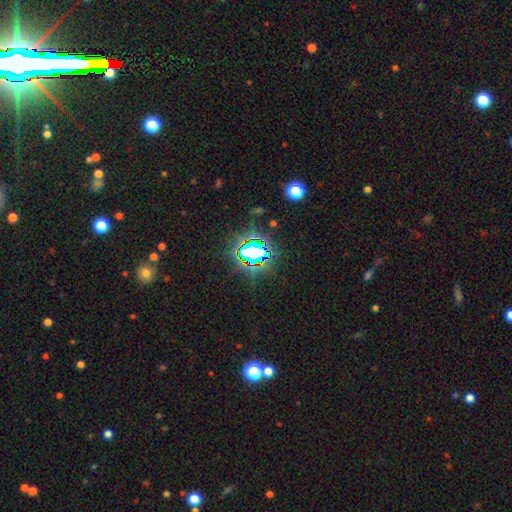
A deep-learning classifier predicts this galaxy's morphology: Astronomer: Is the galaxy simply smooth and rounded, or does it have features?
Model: star or artifact — 75%.